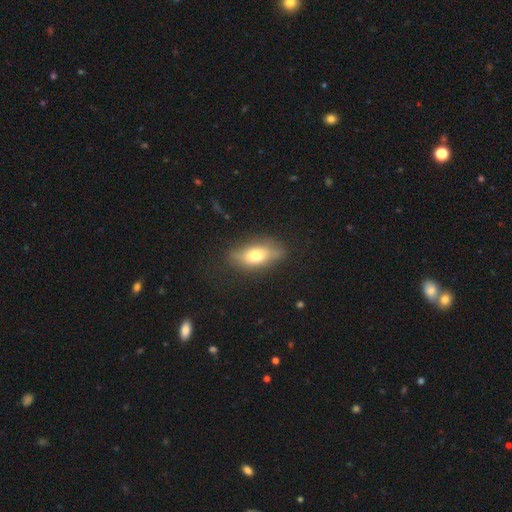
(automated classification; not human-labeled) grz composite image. It shows a smooth galaxy with no disk features (70%) that is in between round and cigar-shaped (82%). Merging: none (75%).